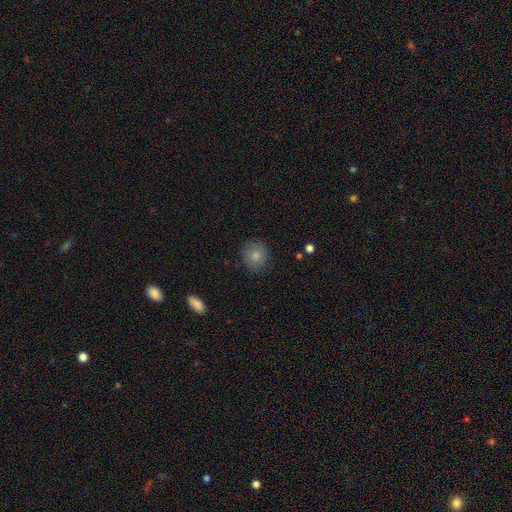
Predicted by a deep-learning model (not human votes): Morphology: type=smooth (82%); roundness=round (90%); merging=none (87%).